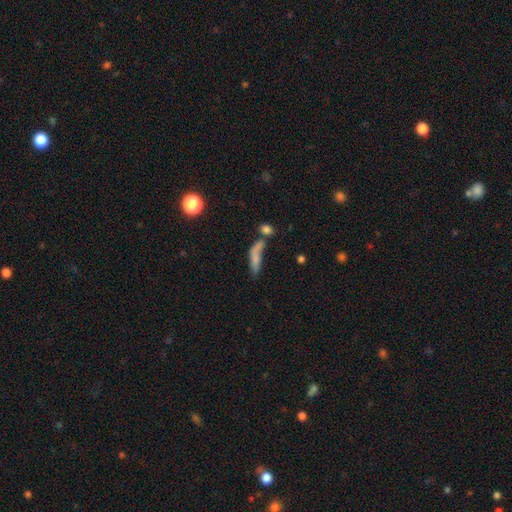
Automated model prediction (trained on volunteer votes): Overall: smooth (62%; featured or disk 26%). How rounded: cigar-shaped (60%; in between 35%). Merging: none (32%, tied with merger).